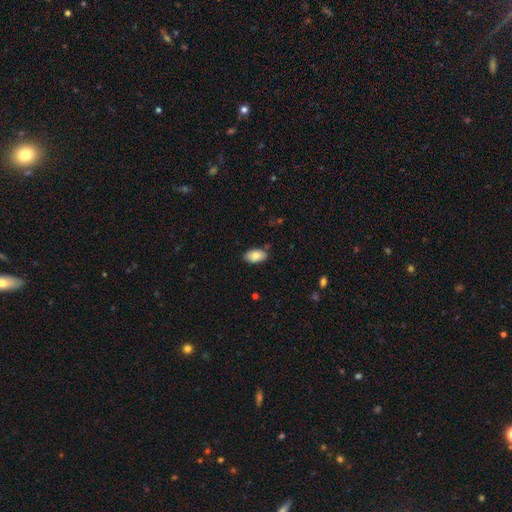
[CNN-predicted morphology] Smooth or featured: smooth — 81% (featured or disk — 12%)
How rounded: in between — 94% (round — 5%)
Merging: none — 82% (minor disturbance — 14%)